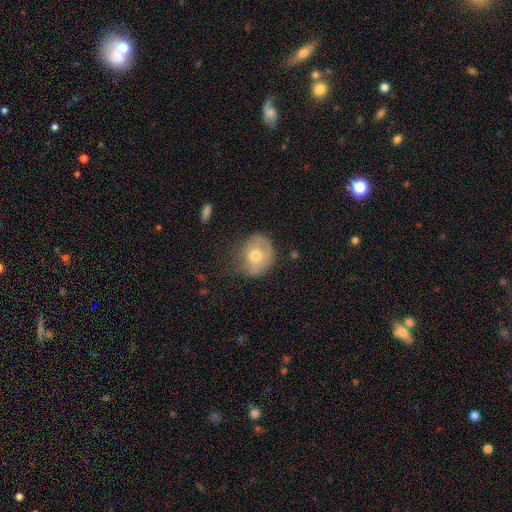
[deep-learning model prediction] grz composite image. It shows a smooth galaxy with no disk features (64%) that is round (69%). Merging: none (56%).